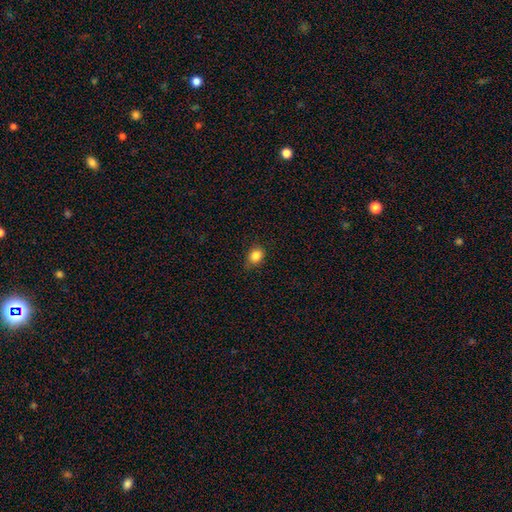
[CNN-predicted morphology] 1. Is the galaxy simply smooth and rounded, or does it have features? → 84% smooth, 10% star or artifact, 5% featured or disk.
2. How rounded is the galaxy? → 53% round, 46% in between, 1% cigar-shaped.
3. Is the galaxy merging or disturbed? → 77% none, 18% minor disturbance, 3% major disturbance, 1% merger.